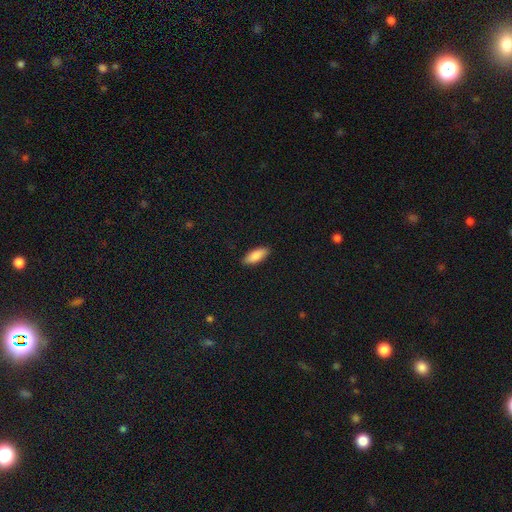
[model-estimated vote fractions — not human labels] Morphology: type=smooth (87%); roundness=in between (75%); merging=none (88%).